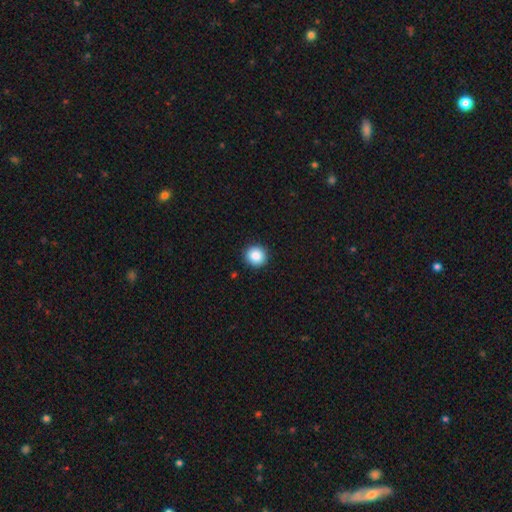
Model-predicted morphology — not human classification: This appears to be a smooth galaxy with no disk features (88%) that is round (93%). Merging: none (92%).